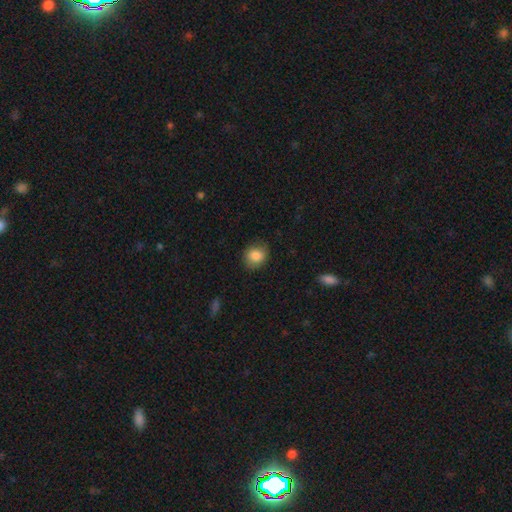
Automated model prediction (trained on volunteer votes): Q: Smooth or featured?
A: smooth (83%); runner-up: featured or disk (9%)
Q: How rounded?
A: round (61%); runner-up: in between (38%)
Q: Merging?
A: none (77%); runner-up: minor disturbance (18%)